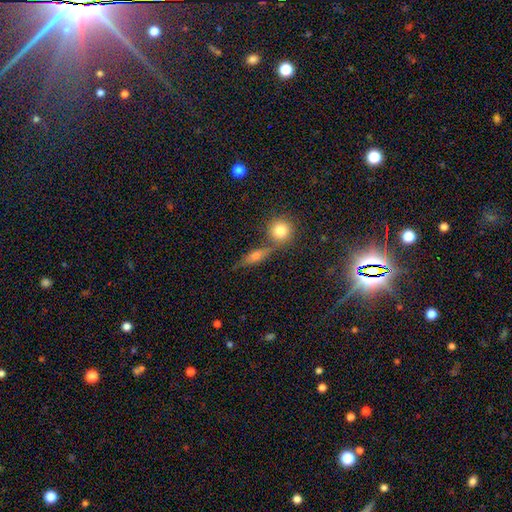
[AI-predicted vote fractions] smooth 53%, featured or disk 33%, star or artifact 14%. Down the decision tree: how rounded — in between (43%); merging — none (62%).